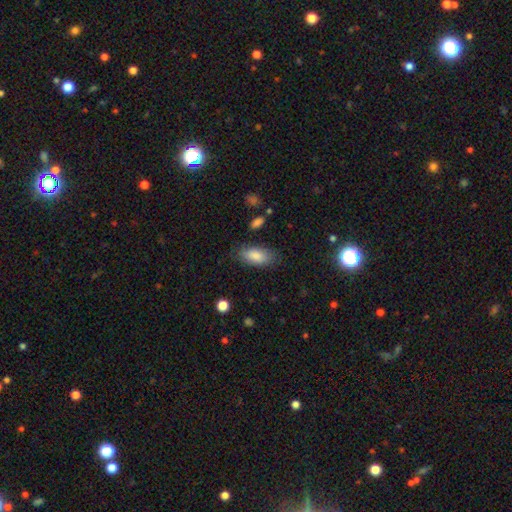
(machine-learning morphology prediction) Smooth or featured? Predicted: smooth (p=0.84). How rounded? Predicted: in between (p=0.89). Merging? Predicted: none (p=0.77).